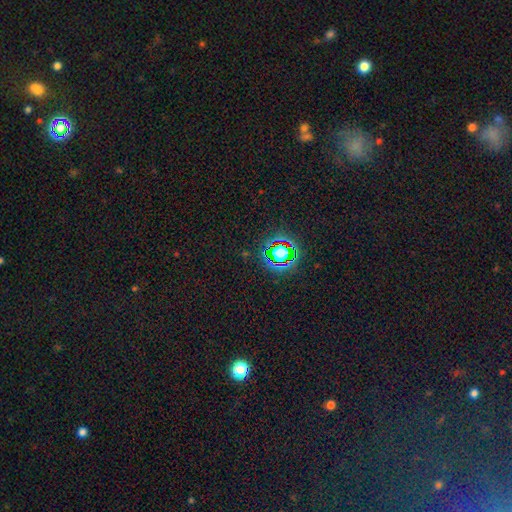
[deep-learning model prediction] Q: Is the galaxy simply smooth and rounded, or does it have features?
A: star or artifact — 78%.